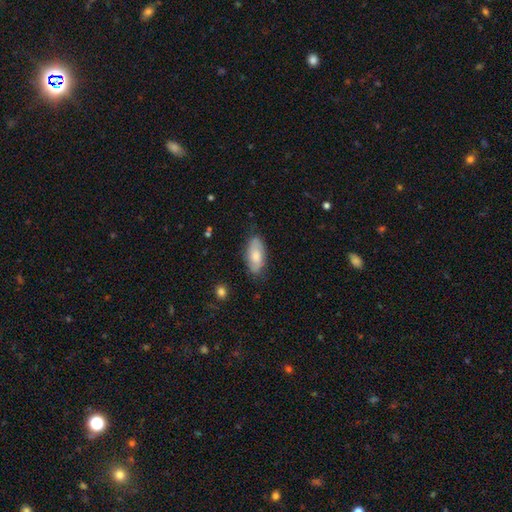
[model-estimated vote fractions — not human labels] A smooth galaxy with no disk features (64%) that is in between round and cigar-shaped (90%).

Vote fractions:
- Smooth or featured? smooth: 64% / featured or disk: 30% / star or artifact: 6%
- How rounded? in between: 90% / cigar-shaped: 7% / round: 3%
- Merging? none: 77% / minor disturbance: 18% / major disturbance: 4% / merger: 1%